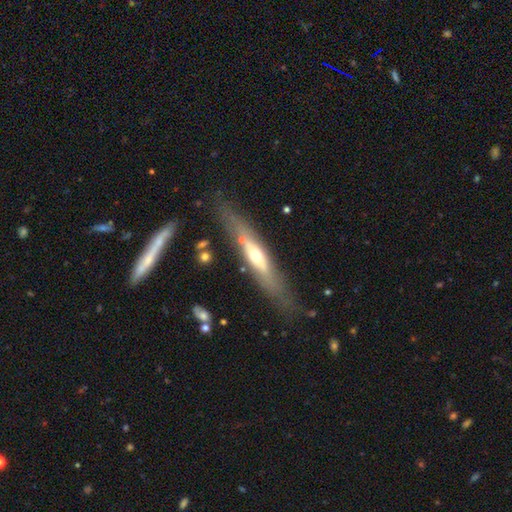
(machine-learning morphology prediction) Smooth or featured?
  - featured or disk: 63% *
  - smooth: 31%
  - star or artifact: 6%
Edge-on disk?
  - yes: 72% *
  - no: 28%
Merging?
  - none: 75% *
  - minor disturbance: 15%
  - major disturbance: 6%
  - merger: 4%